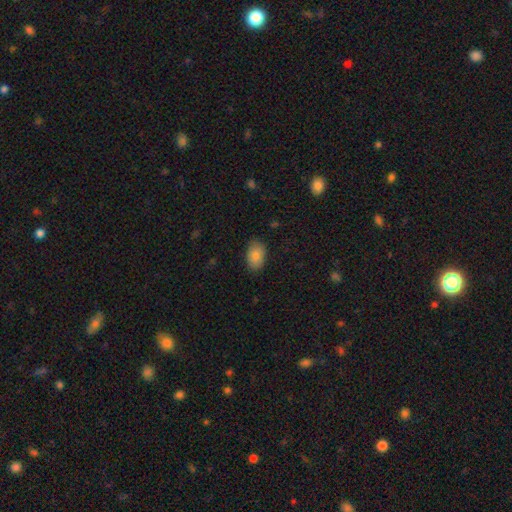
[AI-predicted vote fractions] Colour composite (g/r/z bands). It shows a smooth galaxy with no disk features (84%) that is in between round and cigar-shaped (90%). Merging: none (83%).